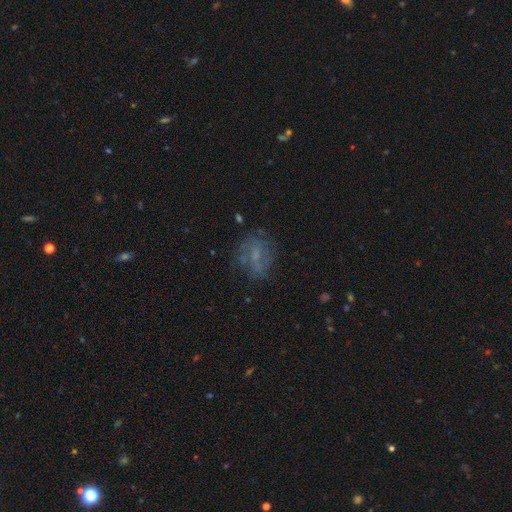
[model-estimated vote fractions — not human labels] Overall: featured or disk (45%; smooth 40%). Merging: none (65%).